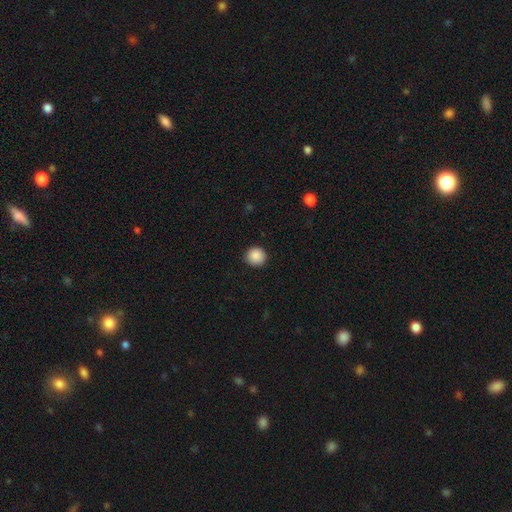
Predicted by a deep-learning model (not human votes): Smooth or featured?
  - smooth: 89% *
  - star or artifact: 9%
  - featured or disk: 3%
How rounded?
  - round: 93% *
  - in between: 6%
  - cigar-shaped: 1%
Merging?
  - none: 91% *
  - minor disturbance: 7%
  - major disturbance: 2%
  - merger: 1%